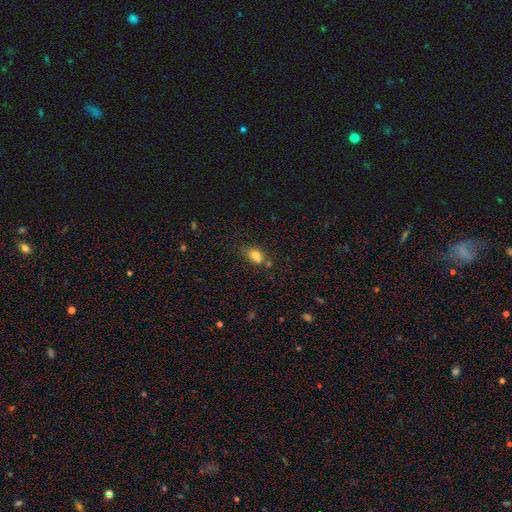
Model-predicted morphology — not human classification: smooth 78%, star or artifact 12%, featured or disk 9%. Down the decision tree: how rounded — in between (76%); merging — none (56%).